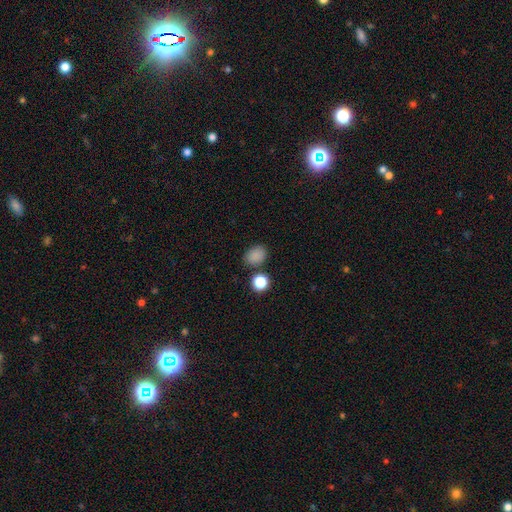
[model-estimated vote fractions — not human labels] Smooth or featured? Predicted: smooth (p=0.84). How rounded? Predicted: in between (p=0.62). Merging? Predicted: none (p=0.79).